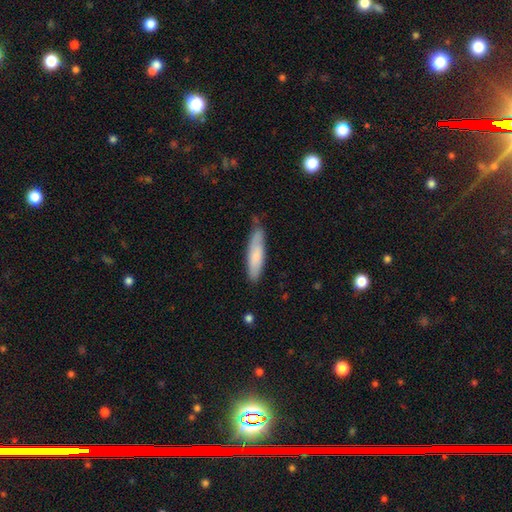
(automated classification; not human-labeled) smooth_or_featured: smooth (p=0.75) [alt: featured or disk p=0.20]
how_rounded: cigar-shaped (p=0.74) [alt: in between p=0.25]
merging: none (p=0.71) [alt: minor disturbance p=0.23]